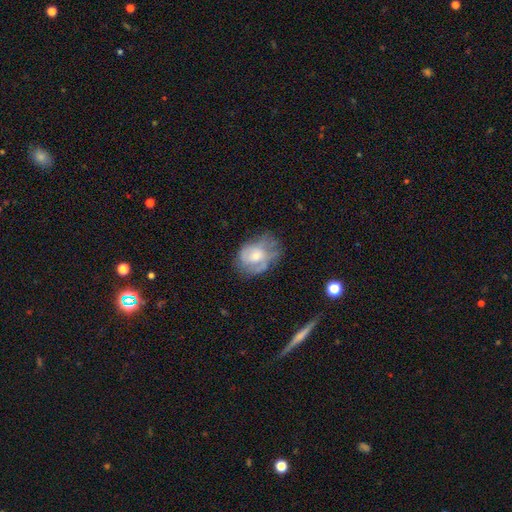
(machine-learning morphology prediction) type=featured or disk (52%); edge-on=no (97%); bar=no (75%); spiral arms=yes (56%); bulge=moderate (49%); merging=none (43%).